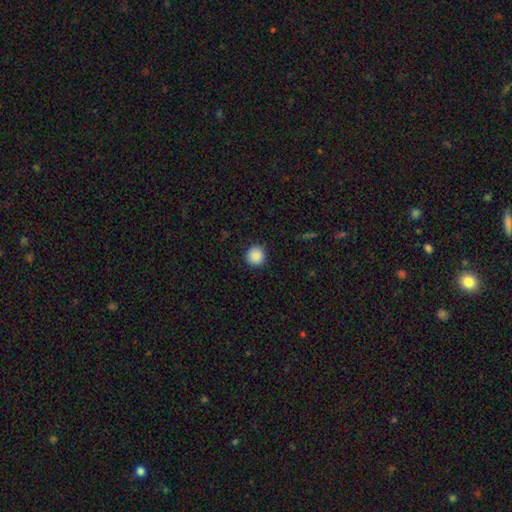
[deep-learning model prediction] This appears to be a smooth galaxy with no disk features (88%) that is round (94%). Merging: none (90%).